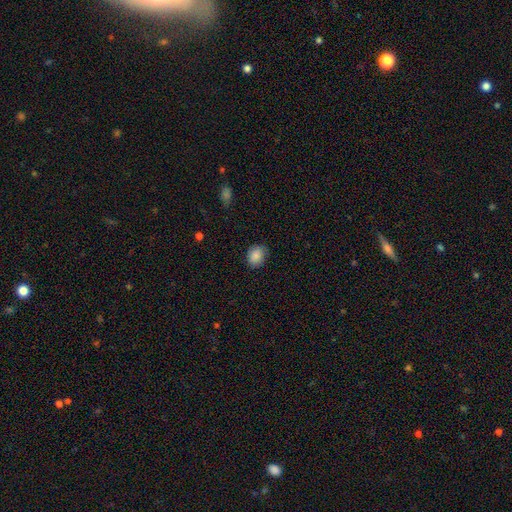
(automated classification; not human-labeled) Smooth or featured? smooth (87%)
How rounded? round (53%)
Merging? none (79%)